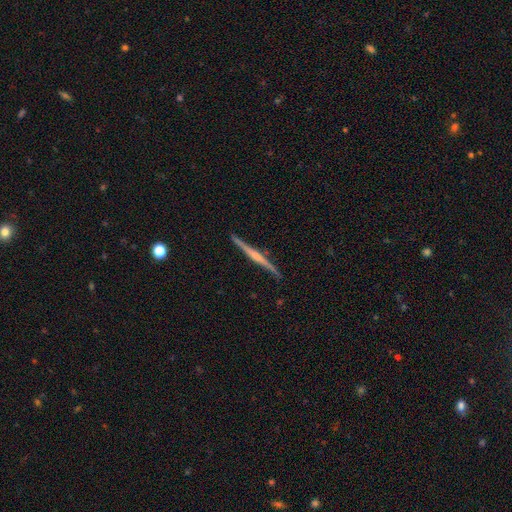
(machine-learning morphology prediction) Smooth or featured?
  - featured or disk: 77% *
  - smooth: 18%
  - star or artifact: 5%
Edge-on disk?
  - yes: 98% *
  - no: 2%
Edge-on bulge?
  - rounded: 50% *
  - none: 28%
  - boxy: 21%
Merging?
  - none: 90% *
  - minor disturbance: 7%
  - major disturbance: 1%
  - merger: 1%